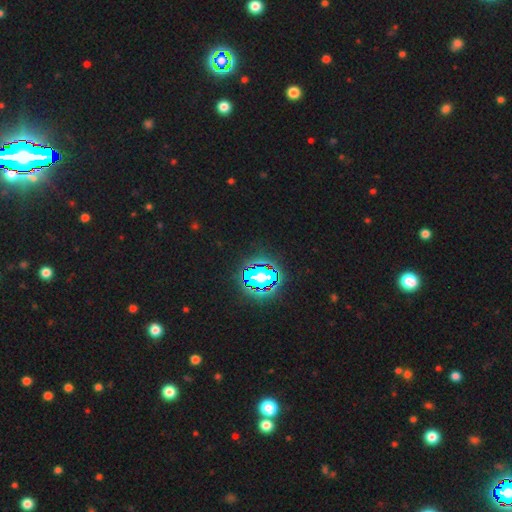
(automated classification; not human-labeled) smooth-or-featured: star or artifact: 82% | smooth: 11% | featured or disk: 7%